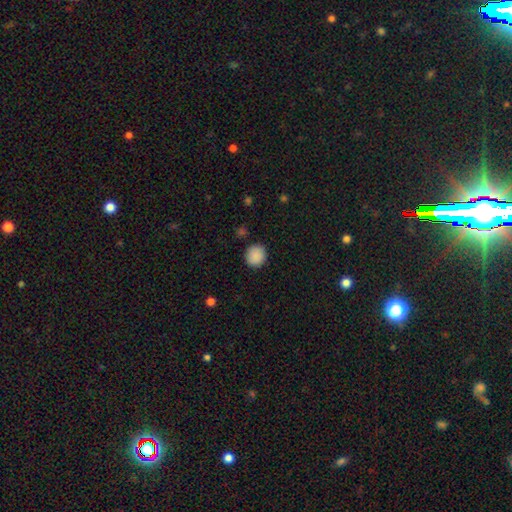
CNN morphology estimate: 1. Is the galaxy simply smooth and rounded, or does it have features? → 89% smooth, 8% star or artifact, 3% featured or disk.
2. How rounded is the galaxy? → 89% round, 10% in between, 1% cigar-shaped.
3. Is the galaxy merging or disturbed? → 89% none, 7% minor disturbance, 2% major disturbance, 1% merger.